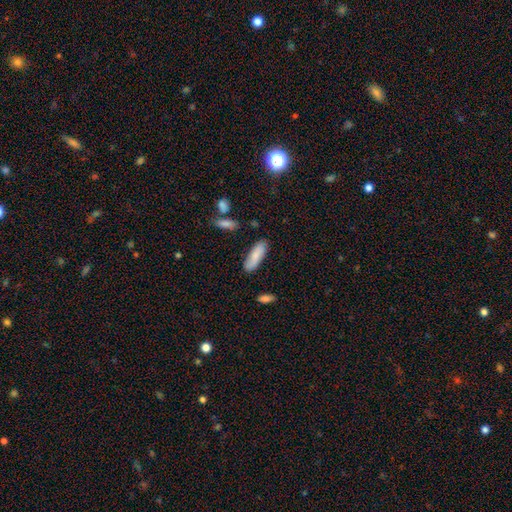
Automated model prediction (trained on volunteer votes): smooth-or-featured: smooth: 82% | featured or disk: 12% | star or artifact: 6%
  how-rounded: in between: 58% | cigar-shaped: 40% | round: 2%
  merging: none: 80% | minor disturbance: 14% | merger: 3% | major disturbance: 3%